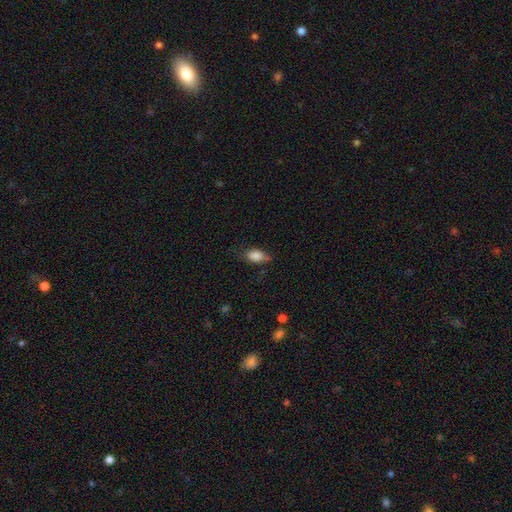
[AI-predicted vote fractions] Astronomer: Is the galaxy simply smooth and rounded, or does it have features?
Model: smooth — 85%.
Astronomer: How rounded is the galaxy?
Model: in between — 88%.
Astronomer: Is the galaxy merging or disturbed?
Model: none — 65%.